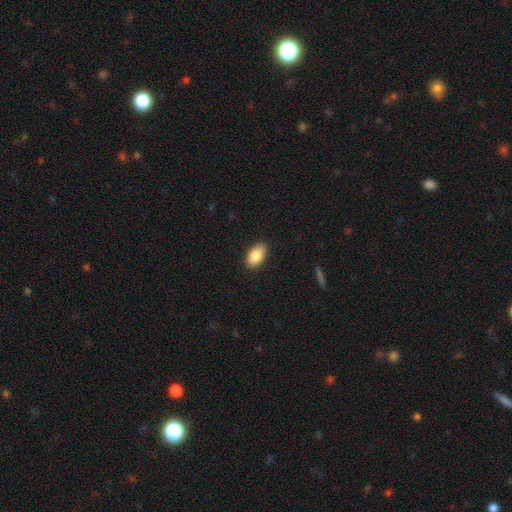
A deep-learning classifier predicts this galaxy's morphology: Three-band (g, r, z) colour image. It shows a smooth galaxy with no disk features (87%) that is in between round and cigar-shaped (93%). Merging: none (89%).